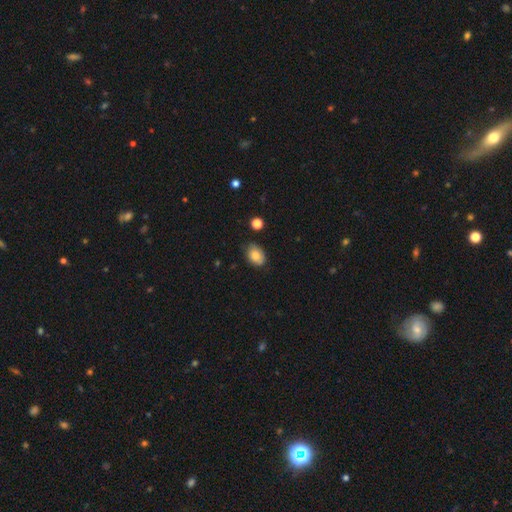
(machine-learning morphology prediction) A smooth galaxy with no disk features (80%) that is in between round and cigar-shaped (77%). Merging: none (73%).